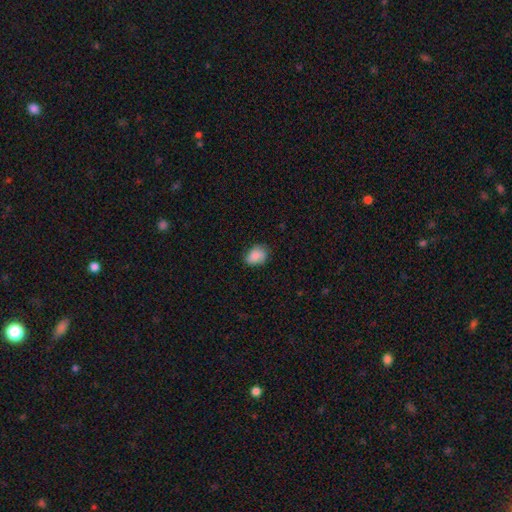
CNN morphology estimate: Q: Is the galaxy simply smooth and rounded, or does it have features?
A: smooth — 85%.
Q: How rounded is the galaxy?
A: in between — 69%.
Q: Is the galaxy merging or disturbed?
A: none — 74%.